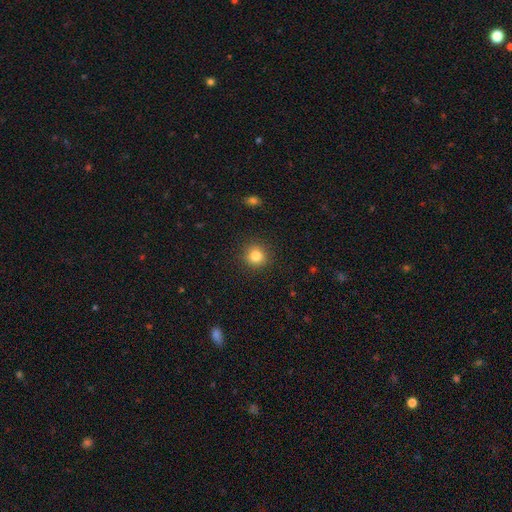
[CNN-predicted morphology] Overall: smooth (83%). How rounded: round (91%). Merging: none (90%).